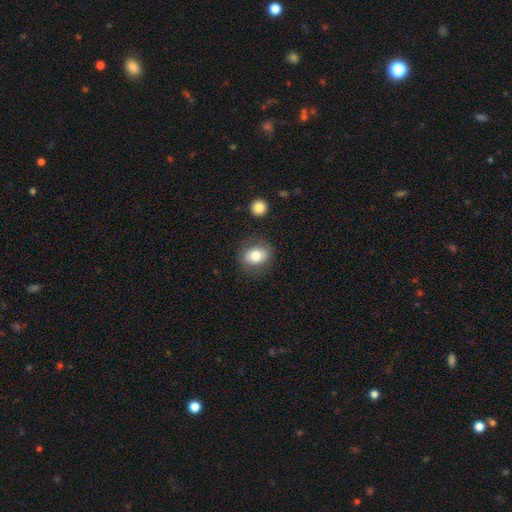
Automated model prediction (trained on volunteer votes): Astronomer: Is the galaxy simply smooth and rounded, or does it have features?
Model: smooth — 76%.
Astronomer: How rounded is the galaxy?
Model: round — 54% (runner-up: in between, 45%).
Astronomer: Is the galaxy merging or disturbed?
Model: none — 79%.